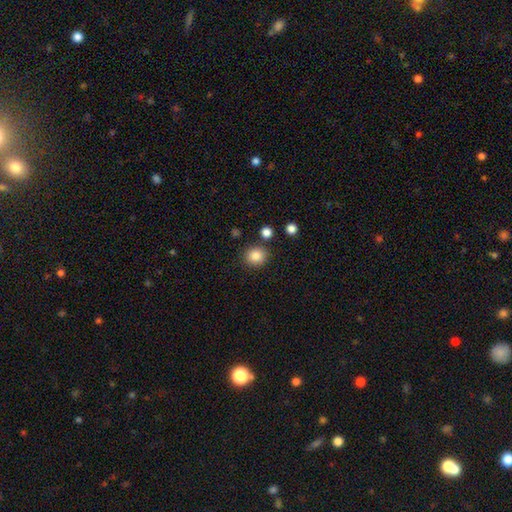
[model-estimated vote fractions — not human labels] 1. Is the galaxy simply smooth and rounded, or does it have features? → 85% smooth, 10% star or artifact, 5% featured or disk.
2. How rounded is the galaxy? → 87% round, 12% in between, 1% cigar-shaped.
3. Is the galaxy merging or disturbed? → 85% none, 8% minor disturbance, 4% merger, 2% major disturbance.